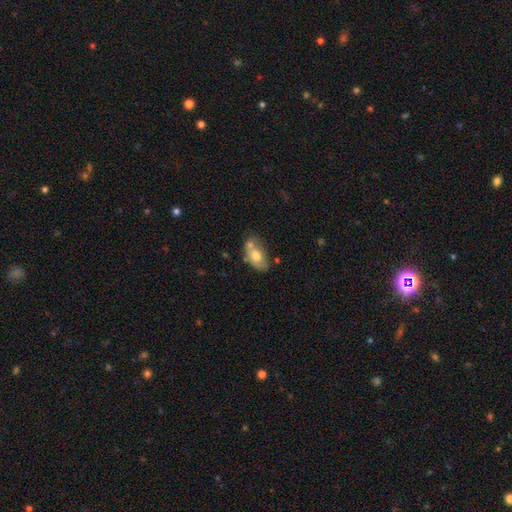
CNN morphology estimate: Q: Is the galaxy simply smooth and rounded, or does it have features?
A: smooth — 65%.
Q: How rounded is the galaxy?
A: in between — 88%.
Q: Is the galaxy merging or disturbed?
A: none — 41%.